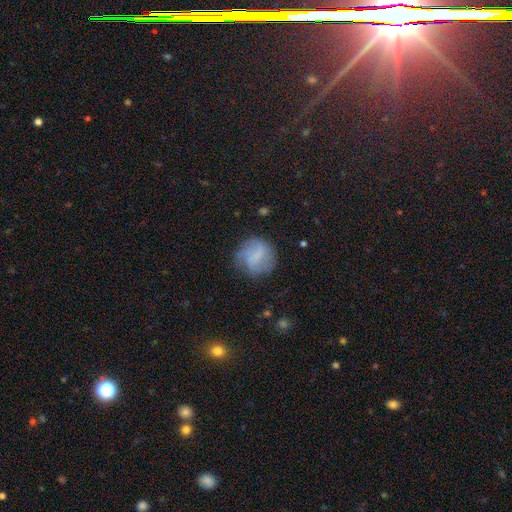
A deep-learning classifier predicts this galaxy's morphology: type=smooth (53%); roundness=round (87%); merging=none (69%).